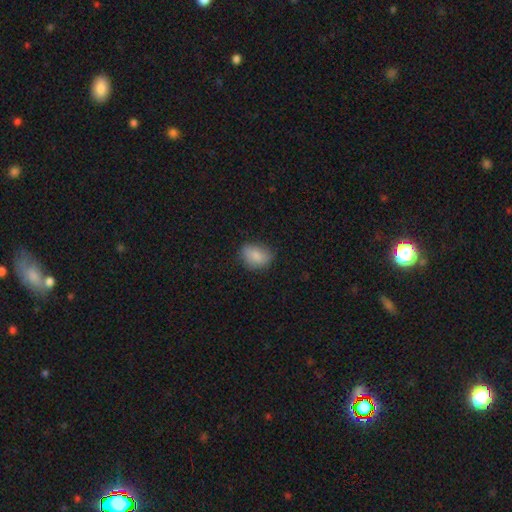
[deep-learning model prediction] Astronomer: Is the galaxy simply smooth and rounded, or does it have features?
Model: smooth — 84%.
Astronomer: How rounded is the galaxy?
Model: in between — 67%.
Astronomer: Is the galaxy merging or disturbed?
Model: none — 72%.